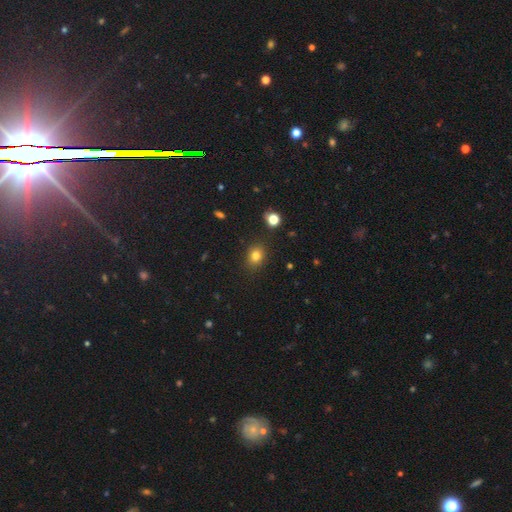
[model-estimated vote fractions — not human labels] smooth-or-featured: smooth: 80% | star or artifact: 14% | featured or disk: 7%
  how-rounded: round: 59% | in between: 40% | cigar-shaped: 1%
  merging: none: 86% | minor disturbance: 9% | major disturbance: 3% | merger: 2%